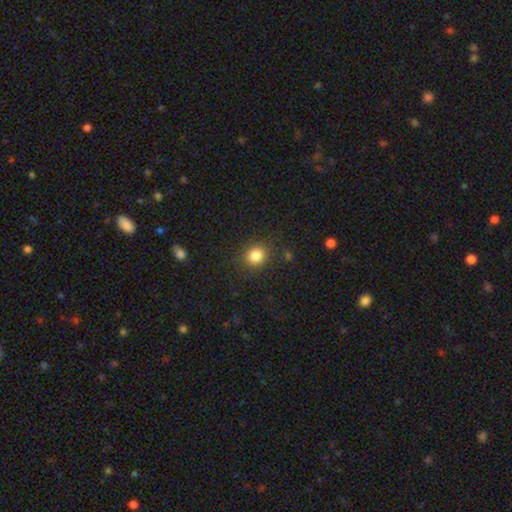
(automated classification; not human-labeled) This is clearly a smooth galaxy (83%). How rounded: likely round (79%). Merging: clearly none (85%).